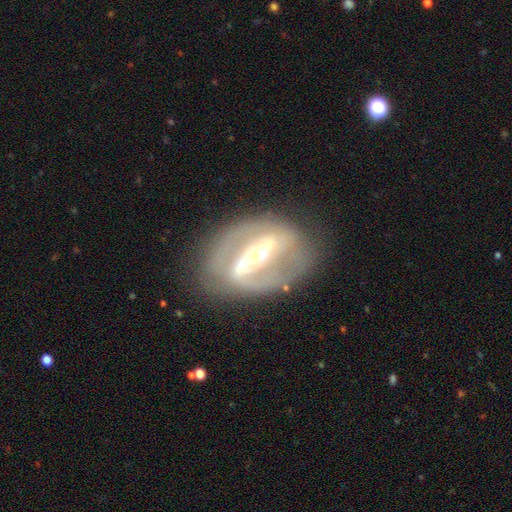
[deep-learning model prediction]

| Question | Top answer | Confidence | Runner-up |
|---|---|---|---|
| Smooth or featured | featured or disk | 84% | smooth (10%) |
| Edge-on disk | no | 93% | yes (7%) |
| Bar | strong | 70% | weak (20%) |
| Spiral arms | yes | 74% | no (26%) |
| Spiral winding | medium | 43% | tight (33%) |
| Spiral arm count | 2 | 81% | can't tell (11%) |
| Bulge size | small | 53% | moderate (39%) |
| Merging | none | 71% | minor disturbance (16%) |